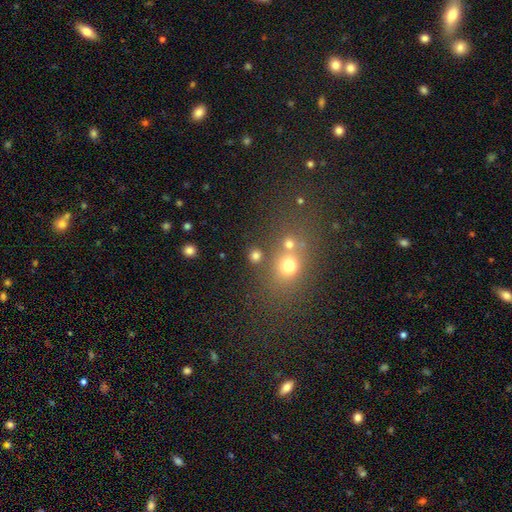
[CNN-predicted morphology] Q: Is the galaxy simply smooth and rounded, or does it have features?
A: smooth — 77%.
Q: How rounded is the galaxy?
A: round — 83%.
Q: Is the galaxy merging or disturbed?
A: none — 75%.